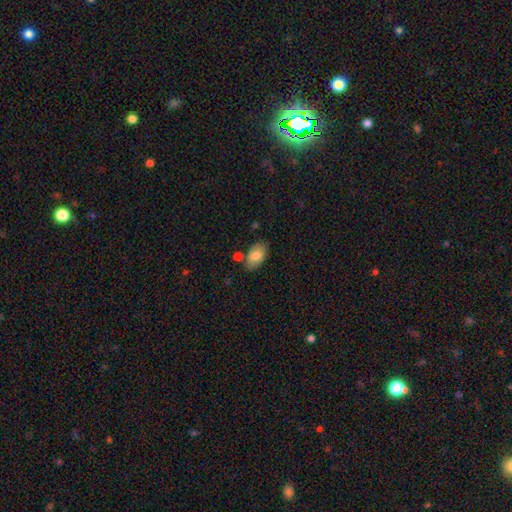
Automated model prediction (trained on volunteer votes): smooth 78%, featured or disk 15%, star or artifact 7%. Down the decision tree: how rounded — in between (93%); merging — none (75%).